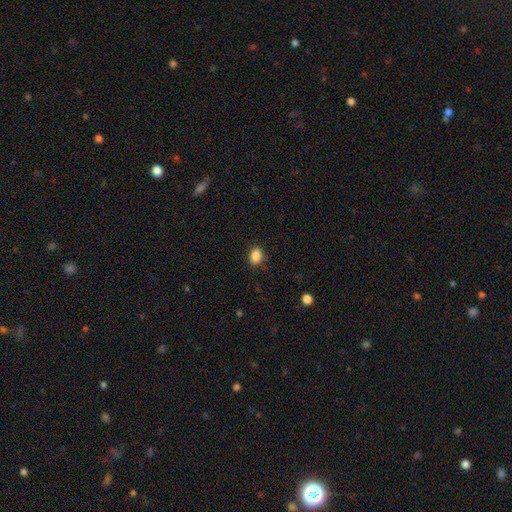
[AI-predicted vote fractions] The model was most divided on "how rounded": in between: 75%, round: 24%, cigar-shaped: 1%. More confident: smooth or featured — smooth (87%); merging — none (85%).